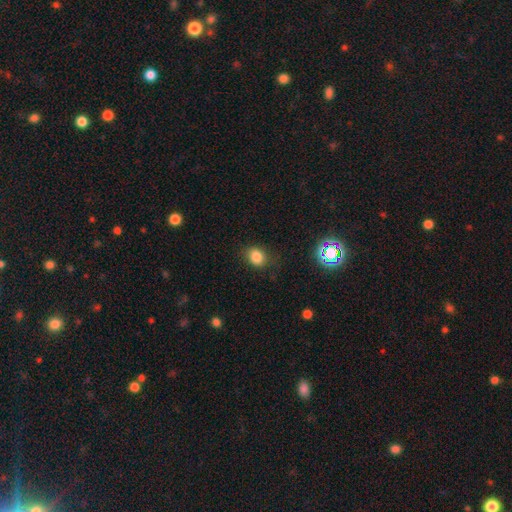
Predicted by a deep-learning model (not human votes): smooth-or-featured: smooth: 81% | star or artifact: 13% | featured or disk: 6%
  how-rounded: round: 53% | in between: 46% | cigar-shaped: 1%
  merging: none: 78% | minor disturbance: 16% | major disturbance: 5% | merger: 1%